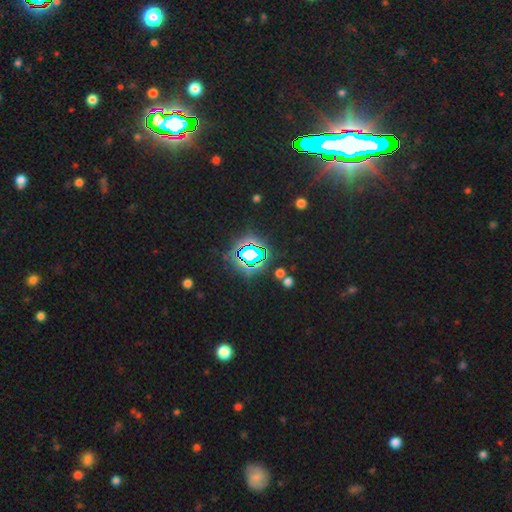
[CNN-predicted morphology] smooth-or-featured: star or artifact: 82% | smooth: 10% | featured or disk: 8%